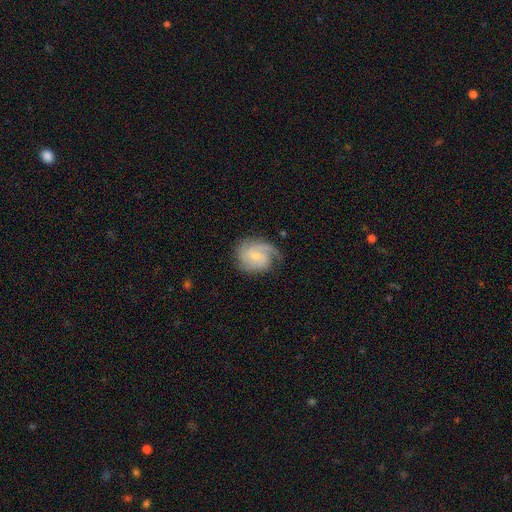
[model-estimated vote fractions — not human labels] smooth-or-featured: featured or disk: 75% | smooth: 19% | star or artifact: 6%
  disk-edge-on: no: 98% | yes: 2%
    bar: no: 52% | weak: 42% | strong: 6%
    has-spiral-arms: yes: 95% | no: 5%
      spiral-winding: tight: 41% (tied) | medium: 41% (tied) | loose: 17%
      spiral-arm-count: 2: 32% | 1: 31% | can't tell: 17% | 3: 14% | 4: 3% | more than 4: 3%
    bulge-size: small: 63% | moderate: 26% | none: 8% | large: 2% | dominant: 1%
  merging: none: 64% | minor disturbance: 22% | major disturbance: 13% | merger: 1%